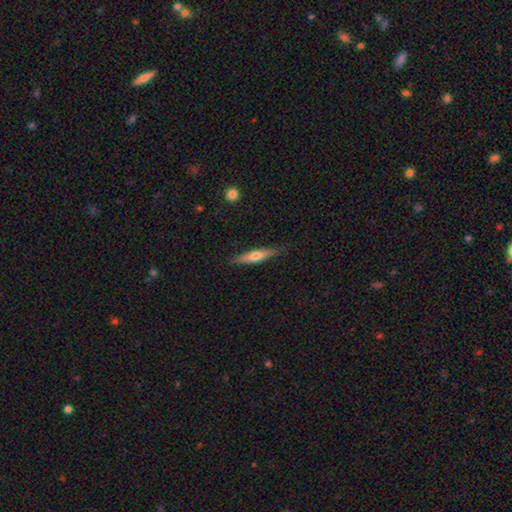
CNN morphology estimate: Smooth or featured? Predicted: smooth (p=0.51). How rounded? Predicted: cigar-shaped (p=0.85). Merging? Predicted: none (p=0.86).